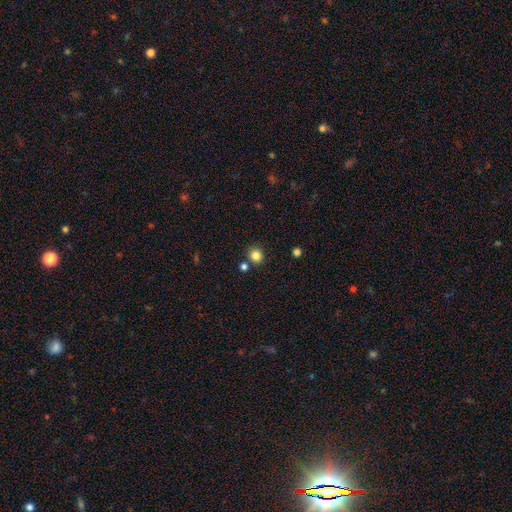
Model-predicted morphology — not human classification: This appears to be a smooth galaxy with no disk features (83%) that is round (92%). Merging: none (83%).